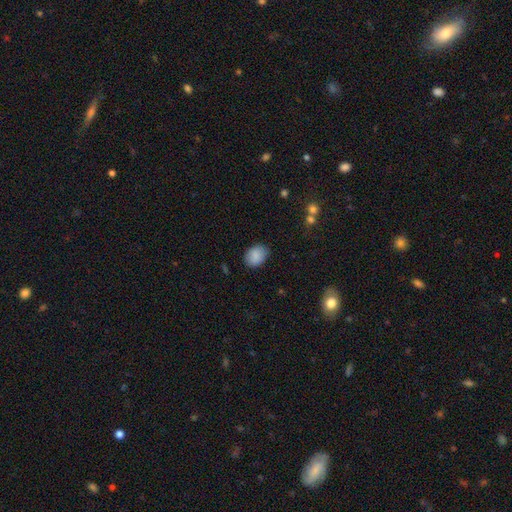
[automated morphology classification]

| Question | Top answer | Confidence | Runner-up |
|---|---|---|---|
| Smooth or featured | smooth | 88% | star or artifact (7%) |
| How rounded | in between | 71% | round (28%) |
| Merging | none | 82% | minor disturbance (14%) |